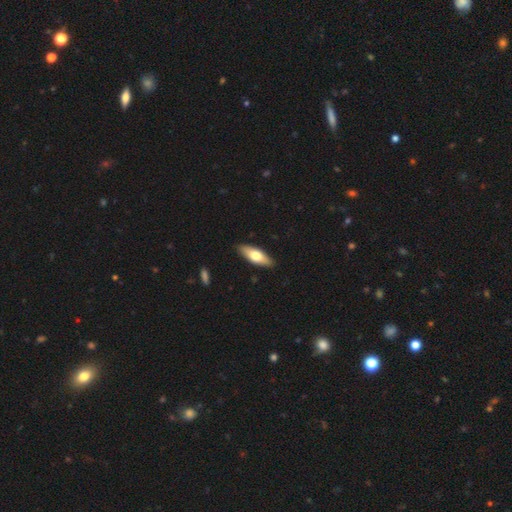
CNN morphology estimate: Smooth or featured: smooth — 62% (featured or disk — 32%)
How rounded: in between — 64% (cigar-shaped — 34%)
Merging: none — 89% (minor disturbance — 8%)